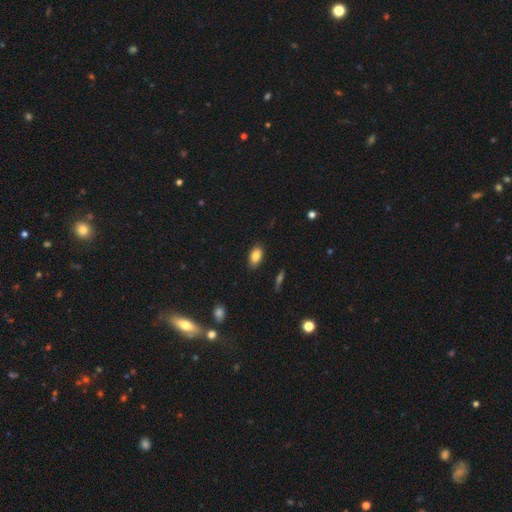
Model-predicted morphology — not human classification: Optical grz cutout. It shows a smooth galaxy with no disk features (85%) that is in between round and cigar-shaped (91%). Merging: none (87%).